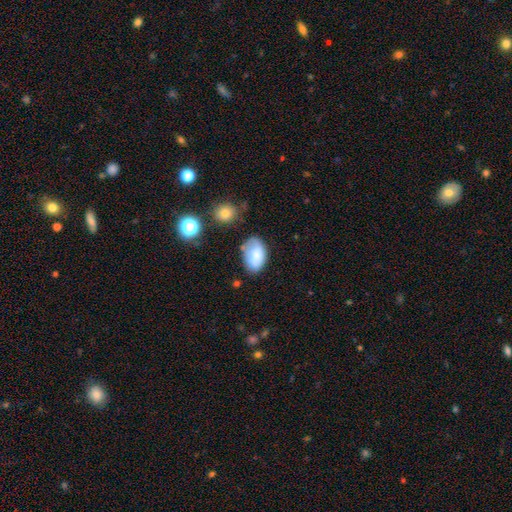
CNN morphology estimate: smooth 78%, featured or disk 14%, star or artifact 8%. Down the decision tree: how rounded — in between (91%); merging — none (57%).